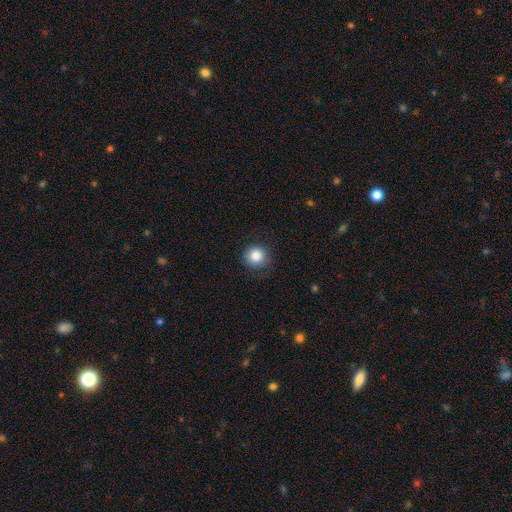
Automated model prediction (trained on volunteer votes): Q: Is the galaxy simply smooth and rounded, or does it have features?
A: smooth — 85%.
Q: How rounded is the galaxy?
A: round — 91%.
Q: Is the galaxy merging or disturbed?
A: none — 83%.